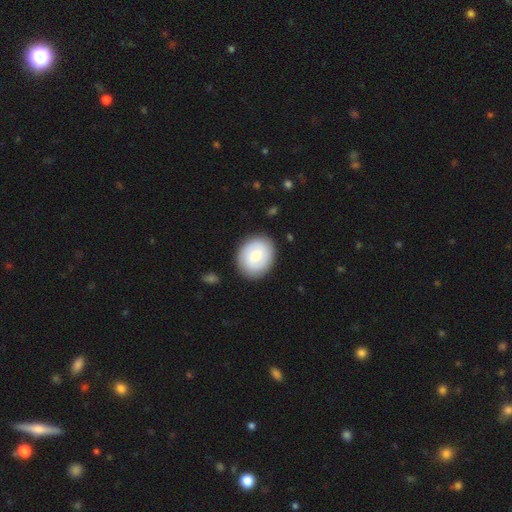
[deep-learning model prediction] Smooth or featured? smooth (62%)
How rounded? round (58%)
Merging? none (87%)